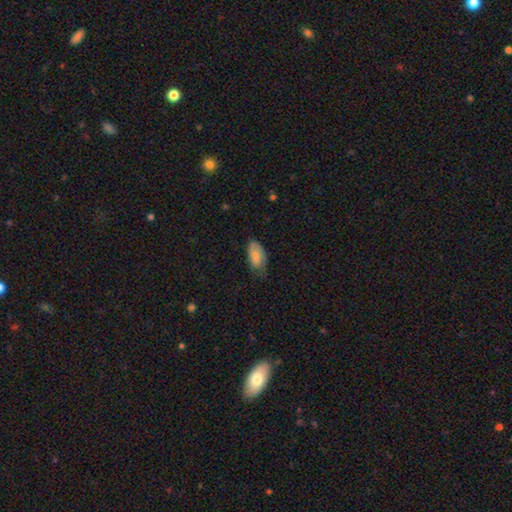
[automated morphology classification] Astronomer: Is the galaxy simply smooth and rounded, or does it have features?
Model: smooth — 72%.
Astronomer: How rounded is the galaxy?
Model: in between — 93%.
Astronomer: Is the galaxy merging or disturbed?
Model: none — 48% (runner-up: minor disturbance, 39%).